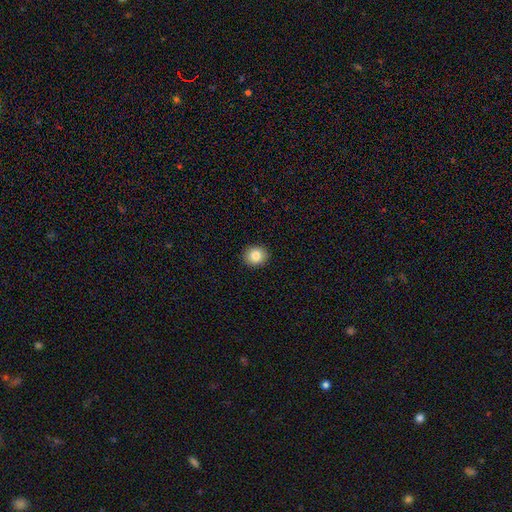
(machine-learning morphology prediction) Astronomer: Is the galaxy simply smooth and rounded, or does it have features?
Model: smooth — 85%.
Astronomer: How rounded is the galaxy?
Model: round — 81%.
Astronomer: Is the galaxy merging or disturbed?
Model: none — 91%.